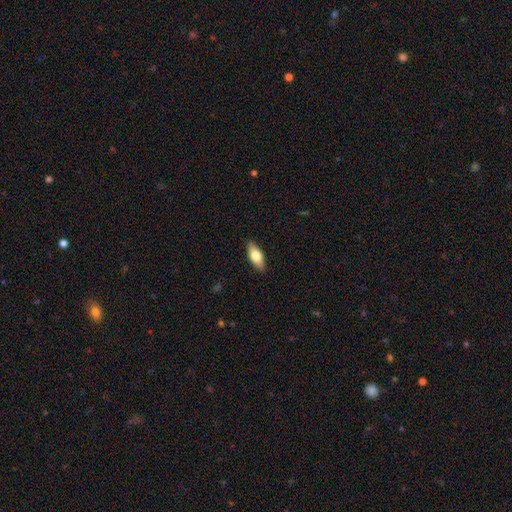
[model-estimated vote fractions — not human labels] Smooth or featured? smooth (66%)
How rounded? in between (74%)
Merging? none (89%)